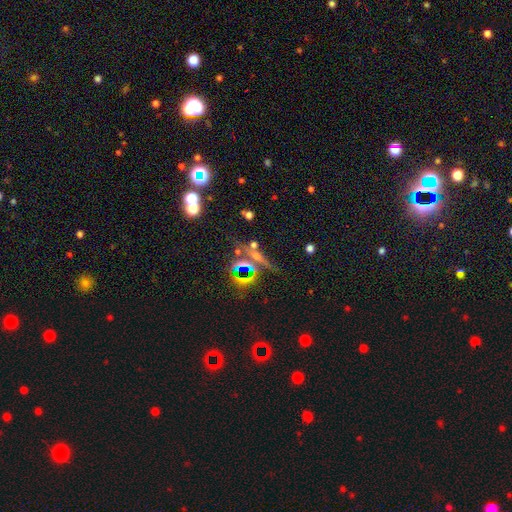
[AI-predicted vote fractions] smooth_or_featured: star or artifact (p=0.52) [alt: smooth p=0.24]